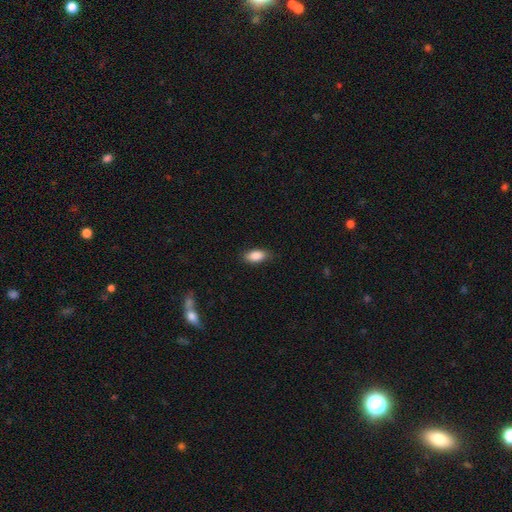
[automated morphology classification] This appears to be a smooth galaxy with no disk features (88%) that is in between round and cigar-shaped (90%). Merging: none (84%).